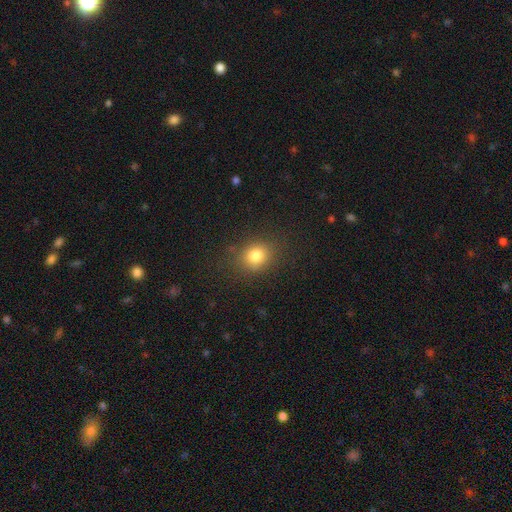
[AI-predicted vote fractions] A smooth galaxy with no disk features (80%) that is round (65%). Merging: none (82%).